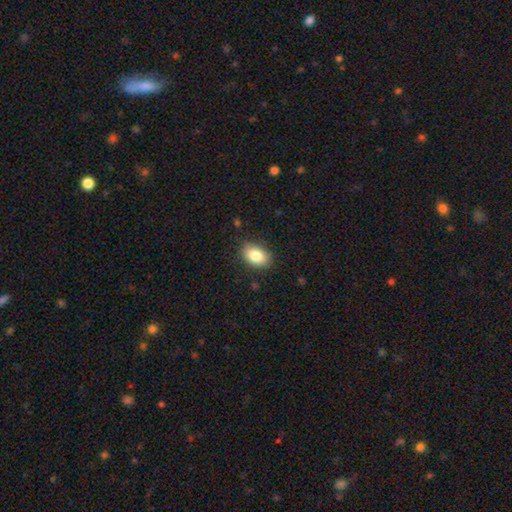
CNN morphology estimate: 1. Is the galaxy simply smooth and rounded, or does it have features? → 84% smooth, 8% featured or disk, 8% star or artifact.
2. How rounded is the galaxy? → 85% in between, 14% round, 1% cigar-shaped.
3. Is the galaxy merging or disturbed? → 84% none, 12% minor disturbance, 3% major disturbance, 1% merger.